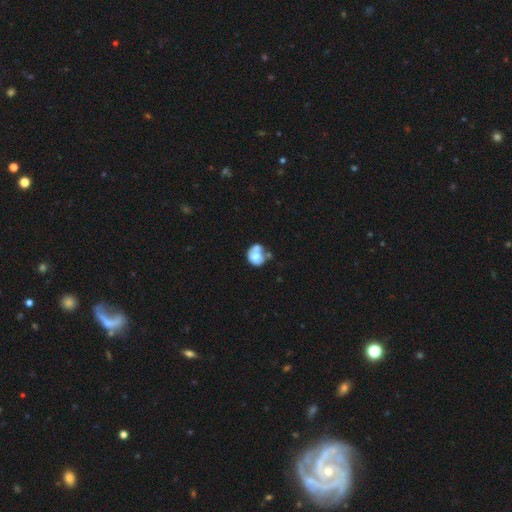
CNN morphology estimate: smooth_or_featured: smooth (p=0.59) [alt: featured or disk p=0.32]
how_rounded: round (p=0.64) [alt: in between p=0.35]
merging: merger (p=0.43) [alt: none p=0.27]